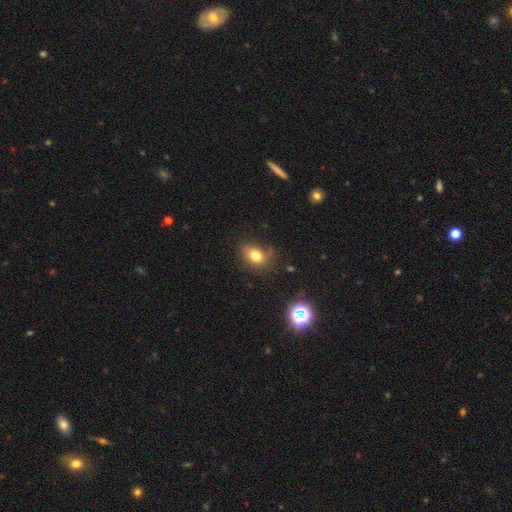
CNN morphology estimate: Smooth or featured? smooth (75%)
How rounded? in between (64%)
Merging? none (66%)